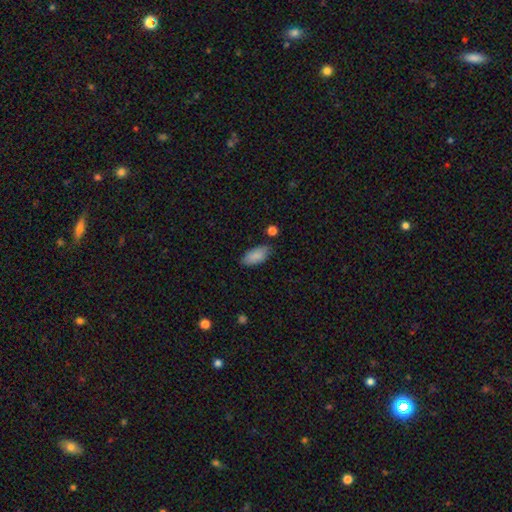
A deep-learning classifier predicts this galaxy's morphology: Smooth or featured? Predicted: smooth (p=0.87). How rounded? Predicted: in between (p=0.91). Merging? Predicted: none (p=0.76).